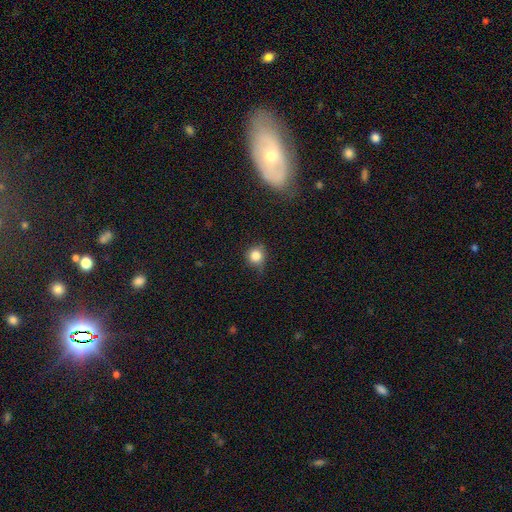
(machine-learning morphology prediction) The model was most divided on "merging": none: 69%, minor disturbance: 24%, major disturbance: 6%, merger: 2%. More confident: how rounded — round (87%); smooth or featured — smooth (81%).